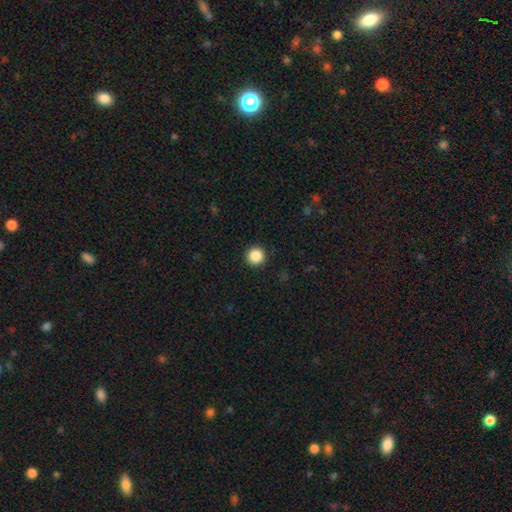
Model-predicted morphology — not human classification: Smooth or featured? smooth (87%)
How rounded? round (95%)
Merging? none (92%)